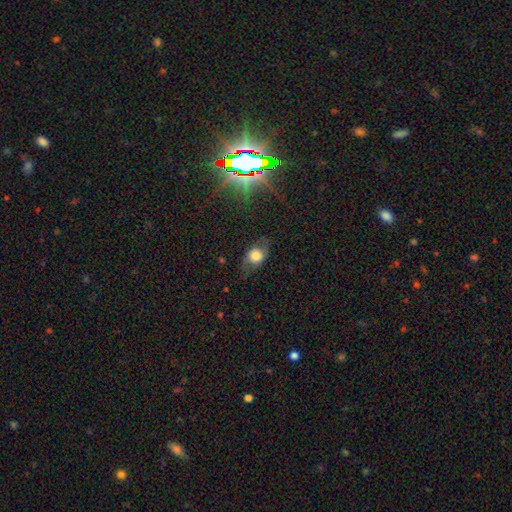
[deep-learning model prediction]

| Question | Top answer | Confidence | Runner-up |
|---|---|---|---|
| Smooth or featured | smooth | 62% | featured or disk (27%) |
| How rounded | in between | 55% | round (42%) |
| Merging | none | 65% | minor disturbance (22%) |